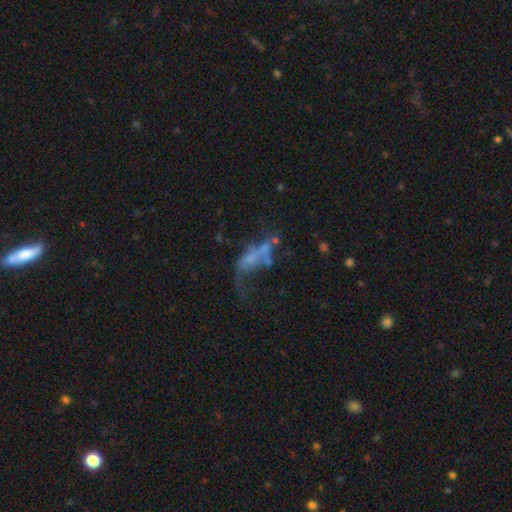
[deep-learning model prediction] Overall: featured or disk (52%; smooth 30%). Edge-on disk: no (91%). Merging: major disturbance (44%; merger 22%).